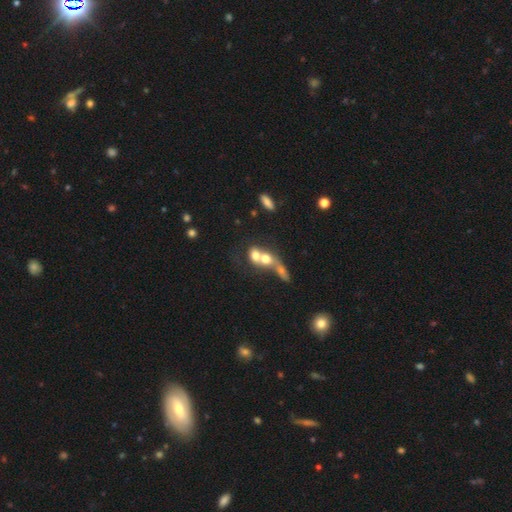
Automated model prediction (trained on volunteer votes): Smooth or featured?
  - smooth: 63% *
  - featured or disk: 26%
  - star or artifact: 11%
How rounded?
  - round: 48% *
  - in between: 47%
  - cigar-shaped: 4%
Merging?
  - merger: 78% *
  - none: 12%
  - major disturbance: 6%
  - minor disturbance: 4%